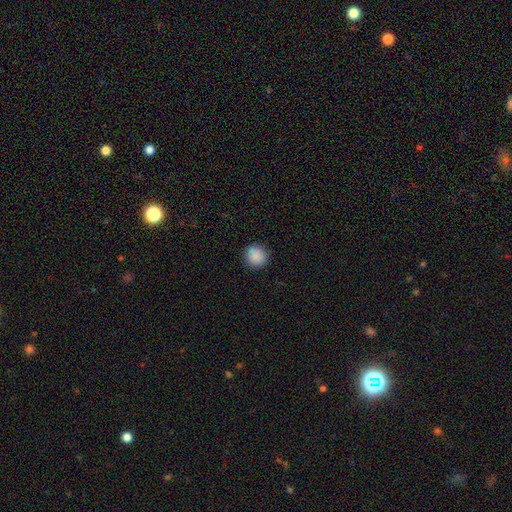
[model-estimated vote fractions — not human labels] The model was most divided on "smooth or featured": smooth: 89%, star or artifact: 8%, featured or disk: 3%. More confident: how rounded — round (91%); merging — none (89%).